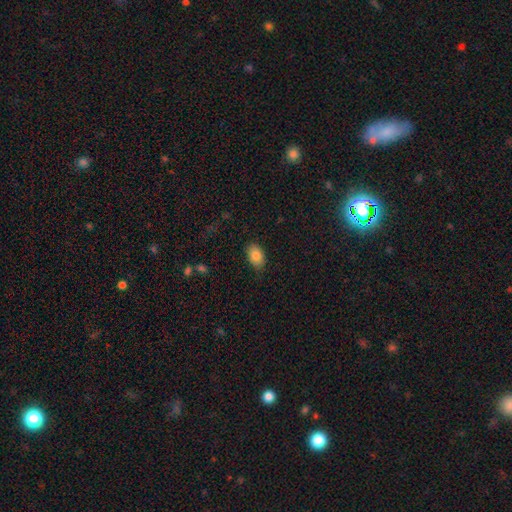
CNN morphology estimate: Q: Smooth or featured?
A: smooth (85%); runner-up: star or artifact (8%)
Q: How rounded?
A: in between (90%); runner-up: round (9%)
Q: Merging?
A: none (83%); runner-up: minor disturbance (14%)